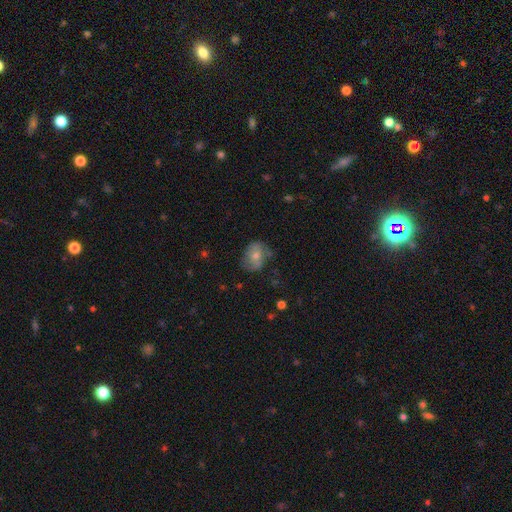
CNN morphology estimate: A smooth galaxy with no disk features (60%) that is in between round and cigar-shaped (52%). Merging: none (61%).